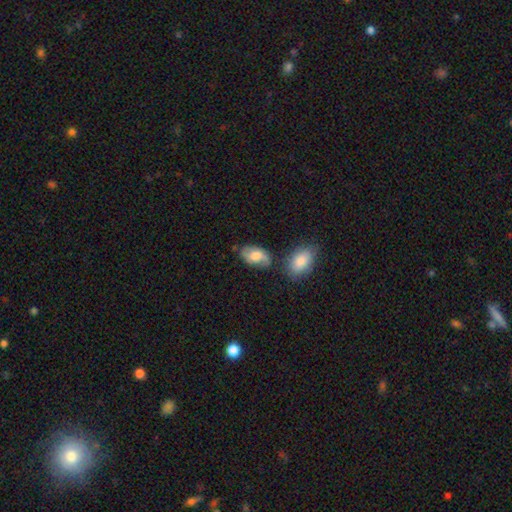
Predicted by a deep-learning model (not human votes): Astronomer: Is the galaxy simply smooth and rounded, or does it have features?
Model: smooth — 50% (runner-up: featured or disk, 43%).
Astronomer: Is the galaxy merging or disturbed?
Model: none — 63%.